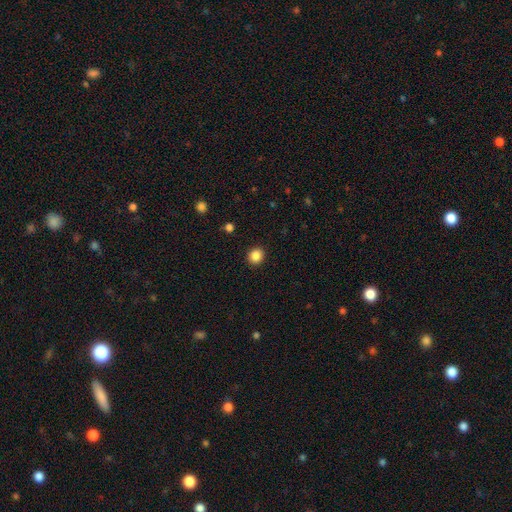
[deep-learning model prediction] Overall: smooth (86%). How rounded: round (88%). Merging: none (92%).